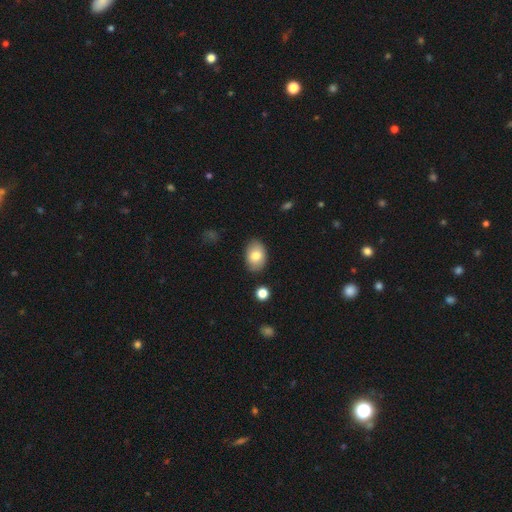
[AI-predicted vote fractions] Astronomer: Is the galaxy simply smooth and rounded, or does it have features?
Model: smooth — 80%.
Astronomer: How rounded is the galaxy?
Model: in between — 85%.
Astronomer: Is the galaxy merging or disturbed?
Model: none — 85%.